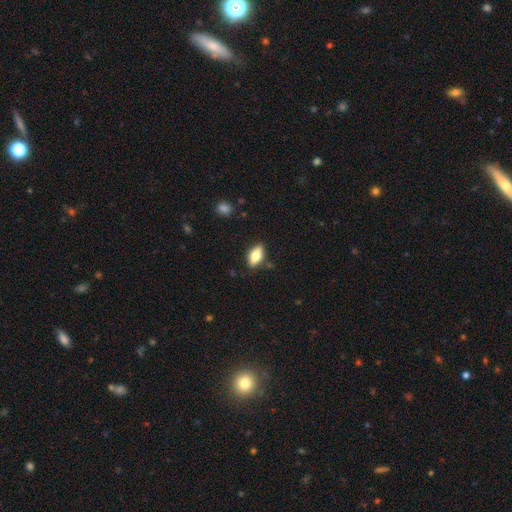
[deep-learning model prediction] A smooth galaxy with no disk features (69%) that is in between round and cigar-shaped (84%).

Vote fractions:
- Smooth or featured? smooth: 69% / featured or disk: 23% / star or artifact: 7%
- How rounded? in between: 84% / cigar-shaped: 12% / round: 4%
- Merging? none: 83% / minor disturbance: 12% / major disturbance: 3% / merger: 2%